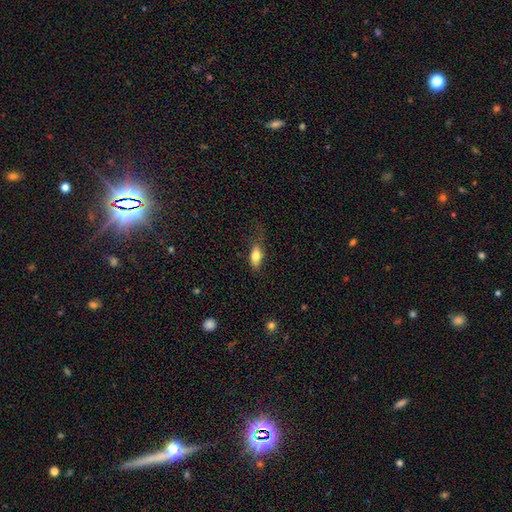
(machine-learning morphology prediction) The model was most divided on "merging": none: 57%, minor disturbance: 26%, major disturbance: 15%, merger: 2%. More confident: how rounded — in between (84%); smooth or featured — smooth (79%).